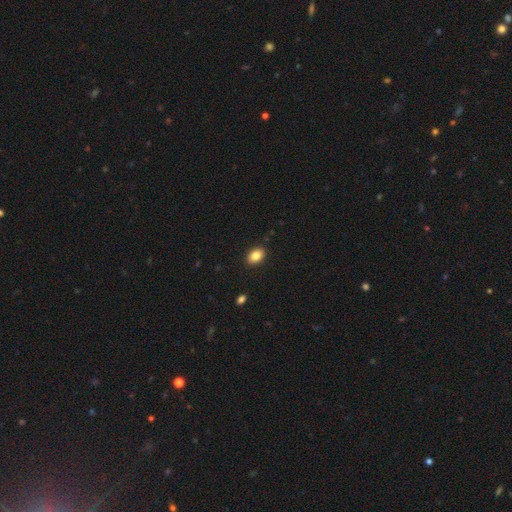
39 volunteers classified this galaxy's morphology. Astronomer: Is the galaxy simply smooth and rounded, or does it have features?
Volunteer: smooth — 85%.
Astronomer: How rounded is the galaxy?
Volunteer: in between — 85%.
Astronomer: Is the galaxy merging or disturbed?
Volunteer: none — 86%.